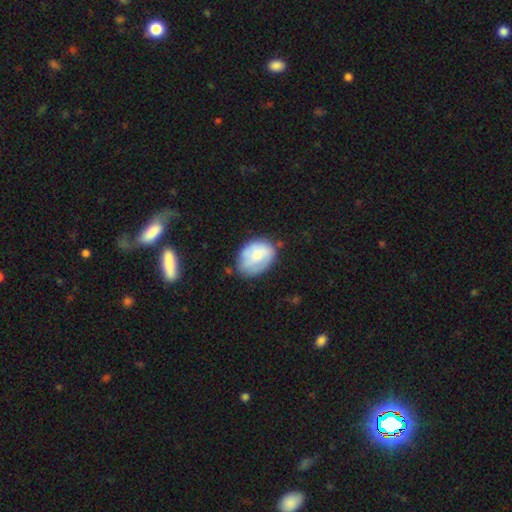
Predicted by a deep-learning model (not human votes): smooth_or_featured: smooth (p=0.67) [alt: featured or disk p=0.27]
how_rounded: in between (p=0.72) [alt: round p=0.27]
merging: none (p=0.56) [alt: minor disturbance p=0.31]